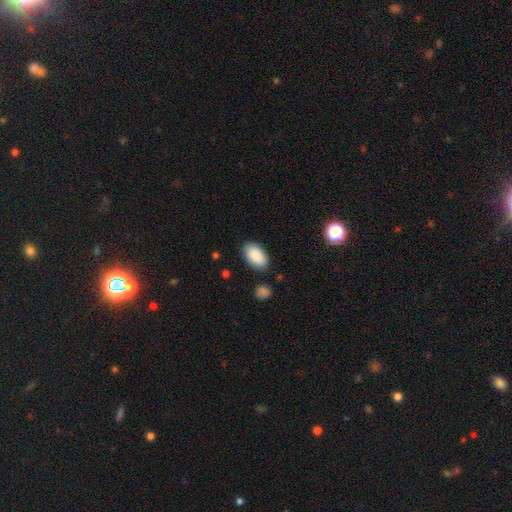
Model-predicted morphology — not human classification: Smooth or featured? smooth (89%)
How rounded? in between (95%)
Merging? none (82%)